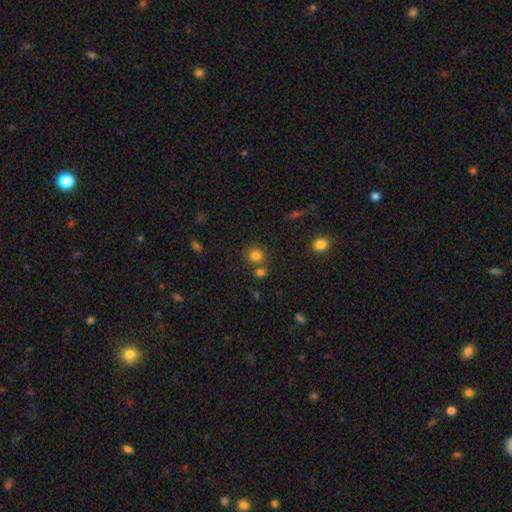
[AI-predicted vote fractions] Smooth or featured?
  - smooth: 80% *
  - star or artifact: 14%
  - featured or disk: 6%
How rounded?
  - round: 87% *
  - in between: 12%
  - cigar-shaped: 1%
Merging?
  - none: 69% *
  - merger: 19%
  - minor disturbance: 9%
  - major disturbance: 3%